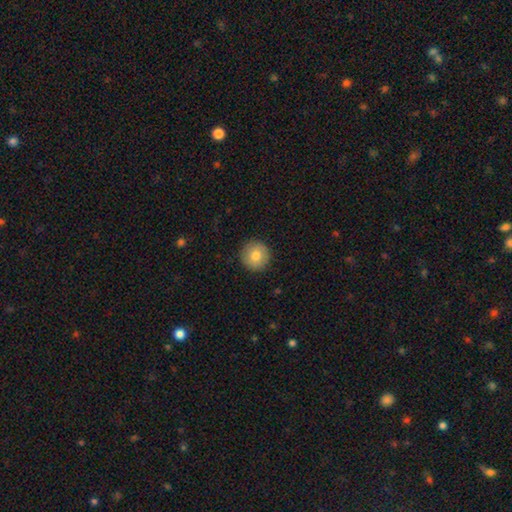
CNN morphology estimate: Smooth or featured? Predicted: smooth (p=0.78). How rounded? Predicted: round (p=0.96). Merging? Predicted: none (p=0.90).